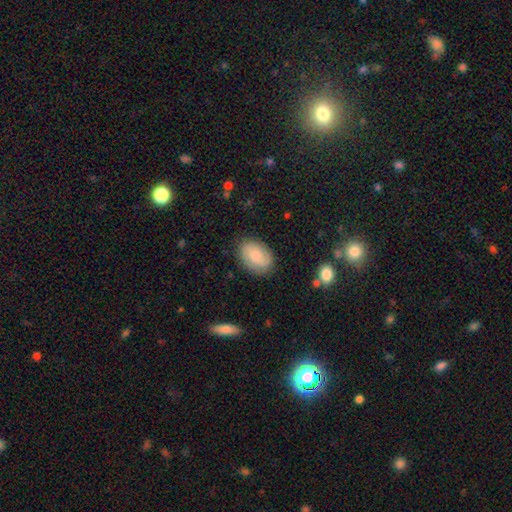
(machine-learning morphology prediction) Smooth or featured?
  - smooth: 63% *
  - featured or disk: 30%
  - star or artifact: 7%
How rounded?
  - in between: 81% *
  - round: 18%
  - cigar-shaped: 1%
Merging?
  - none: 82% *
  - minor disturbance: 13%
  - major disturbance: 4%
  - merger: 1%